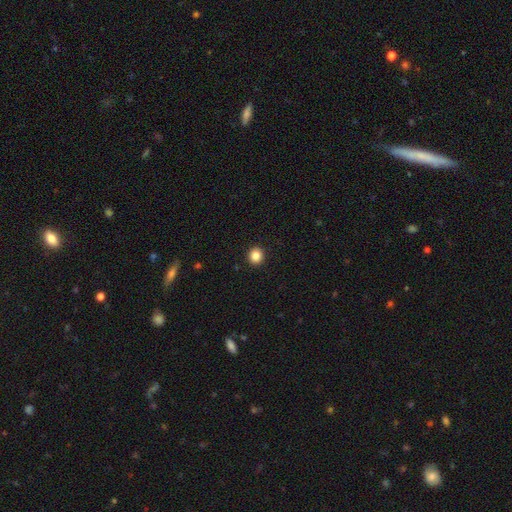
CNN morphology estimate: type=smooth (85%); roundness=round (88%); merging=none (93%).